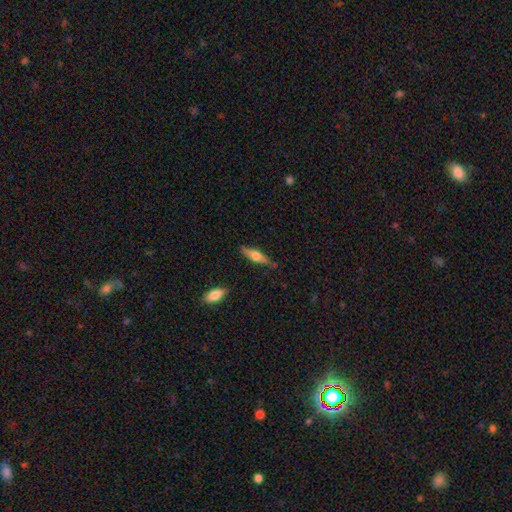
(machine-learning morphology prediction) The model was most divided on "smooth or featured": featured or disk: 48%, smooth: 46%, star or artifact: 6%. More confident: merging — none (80%).